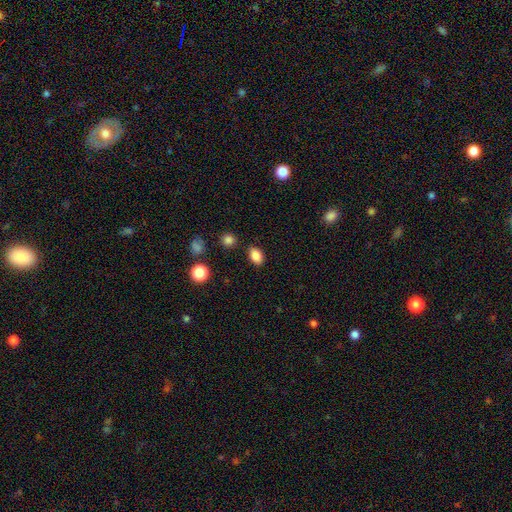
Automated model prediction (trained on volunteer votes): smooth 85%, star or artifact 10%, featured or disk 5%. Down the decision tree: how rounded — in between (83%); merging — none (85%).